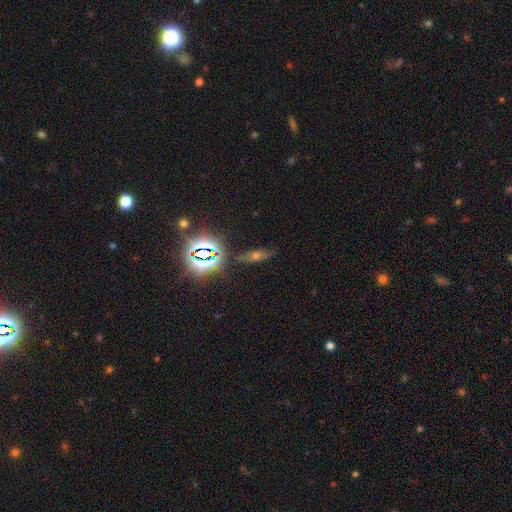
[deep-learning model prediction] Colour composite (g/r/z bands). It shows a star or artifact, not a galaxy (39%).